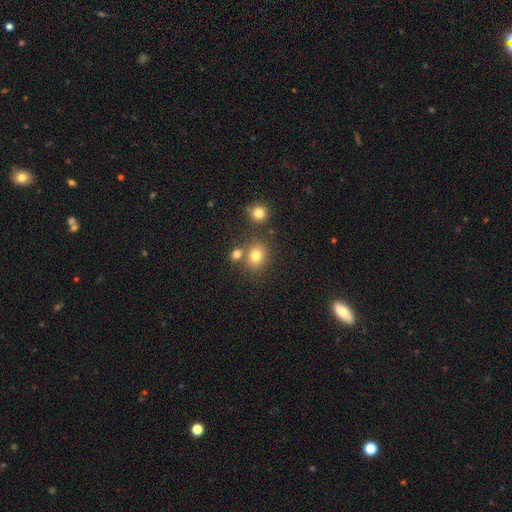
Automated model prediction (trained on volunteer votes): smooth-or-featured: smooth: 78% | star or artifact: 14% | featured or disk: 8%
  how-rounded: round: 70% | in between: 29% | cigar-shaped: 1%
  merging: none: 66% | merger: 19% | minor disturbance: 11% | major disturbance: 4%